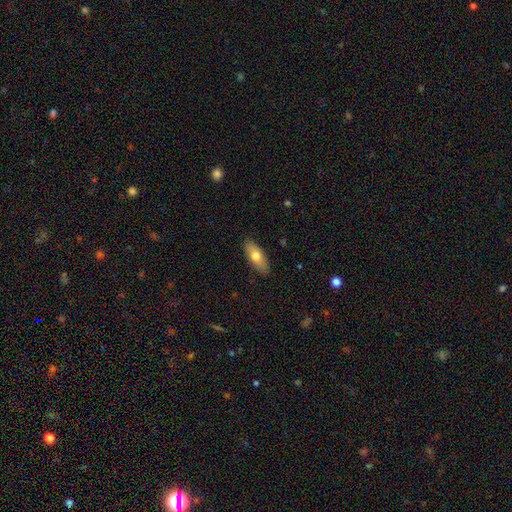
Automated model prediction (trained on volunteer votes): Overall: smooth (70%). How rounded: in between (74%). Merging: none (88%).